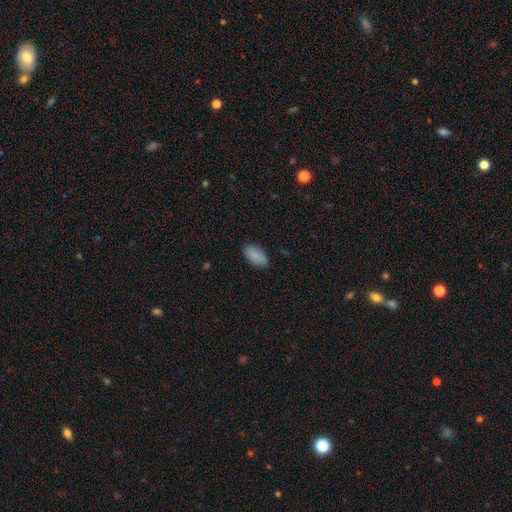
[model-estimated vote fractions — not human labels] Smooth or featured? Predicted: smooth (p=0.90). How rounded? Predicted: in between (p=0.94). Merging? Predicted: none (p=0.87).